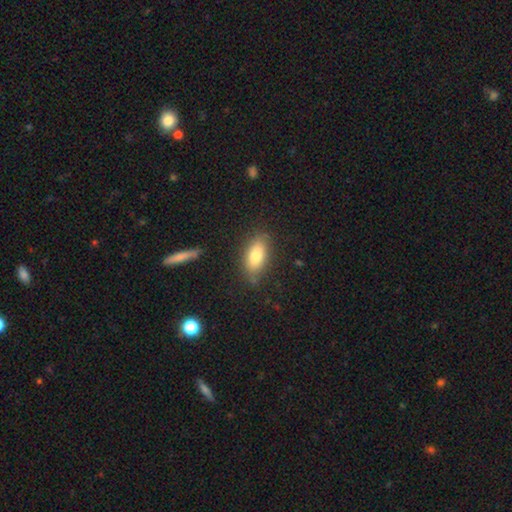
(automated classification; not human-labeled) Overall: smooth (78%). How rounded: in between (84%). Merging: none (79%).